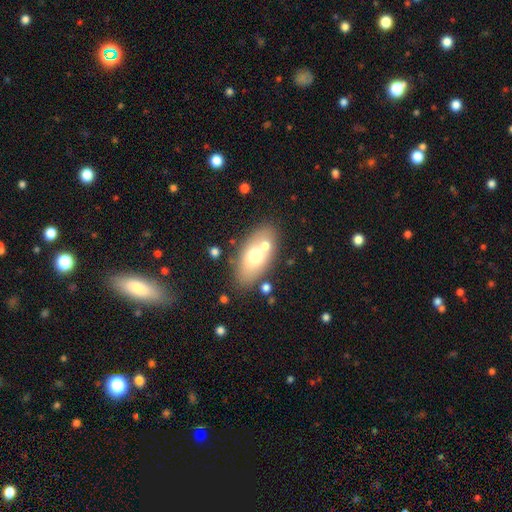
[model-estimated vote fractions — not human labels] Q: Smooth or featured?
A: smooth (63%); runner-up: featured or disk (28%)
Q: How rounded?
A: in between (87%); runner-up: round (9%)
Q: Merging?
A: none (66%); runner-up: merger (17%)